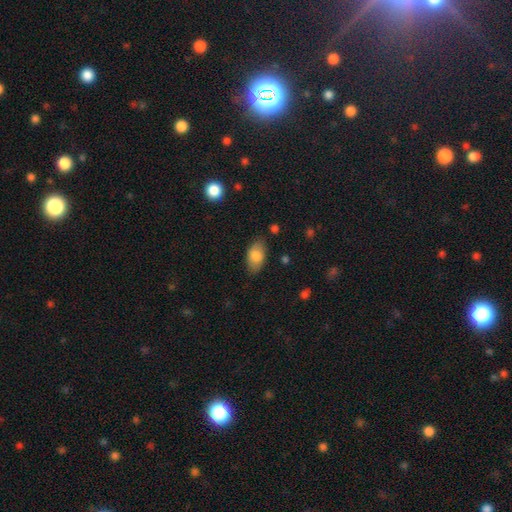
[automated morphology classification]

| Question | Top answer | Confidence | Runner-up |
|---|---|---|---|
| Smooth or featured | smooth | 81% | featured or disk (12%) |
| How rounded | in between | 92% | round (5%) |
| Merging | none | 79% | minor disturbance (16%) |